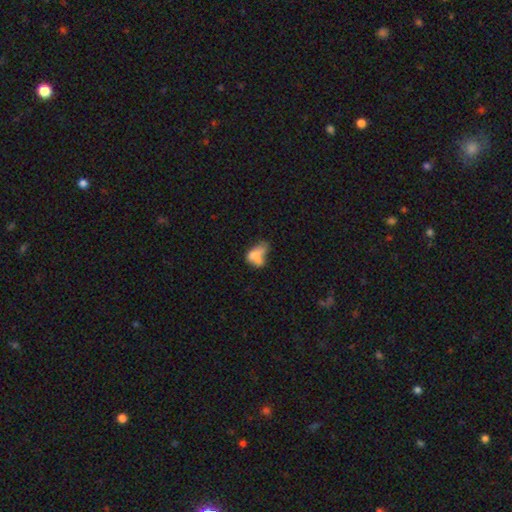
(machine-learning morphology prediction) Smooth or featured: smooth — 61% (featured or disk — 27%)
How rounded: in between — 82% (round — 11%)
Merging: merger — 41% (major disturbance — 22%)